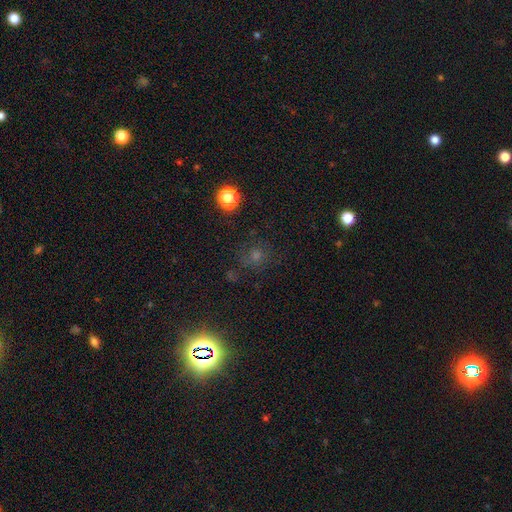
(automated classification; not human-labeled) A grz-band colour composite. It shows a star or artifact, not a galaxy (46%).